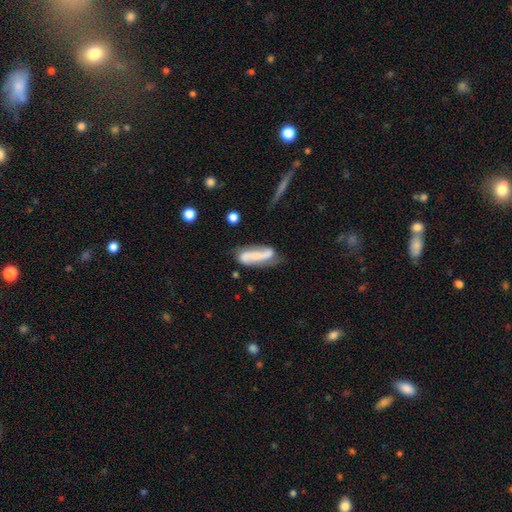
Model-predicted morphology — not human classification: featured or disk 54%, smooth 38%, star or artifact 8%. Down the decision tree: edge-on disk — no (85%); merging — none (53%).